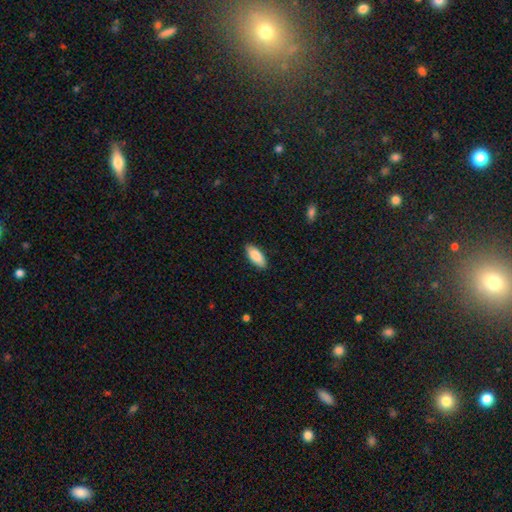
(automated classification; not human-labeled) smooth 86%, featured or disk 8%, star or artifact 6%. Down the decision tree: how rounded — in between (84%); merging — none (88%).